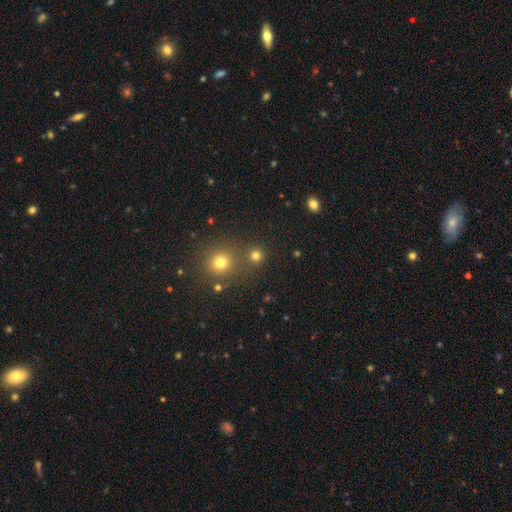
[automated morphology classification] Q: Smooth or featured?
A: smooth (75%); runner-up: star or artifact (20%)
Q: How rounded?
A: round (92%); runner-up: in between (7%)
Q: Merging?
A: none (79%); runner-up: merger (12%)